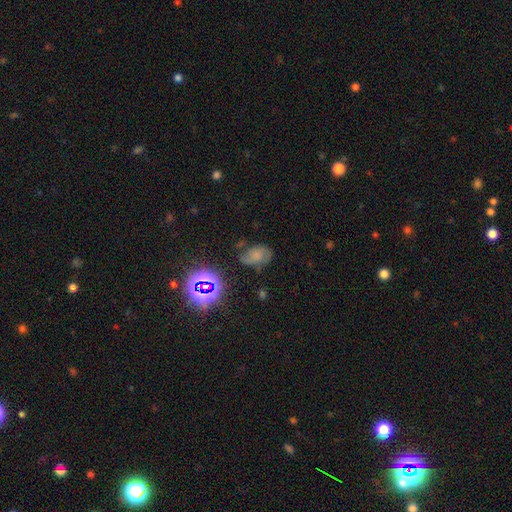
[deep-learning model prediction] Smooth or featured? smooth (48%)
Merging? none (53%)